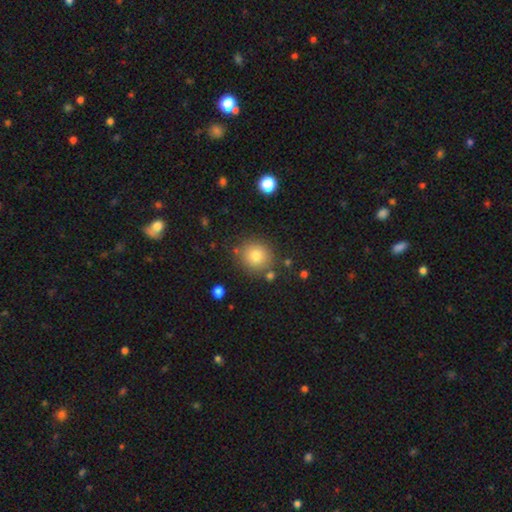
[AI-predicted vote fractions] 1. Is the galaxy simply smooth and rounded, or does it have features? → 79% smooth, 12% star or artifact, 9% featured or disk.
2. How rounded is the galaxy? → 86% round, 13% in between, 1% cigar-shaped.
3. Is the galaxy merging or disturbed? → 82% none, 10% minor disturbance, 5% merger, 3% major disturbance.